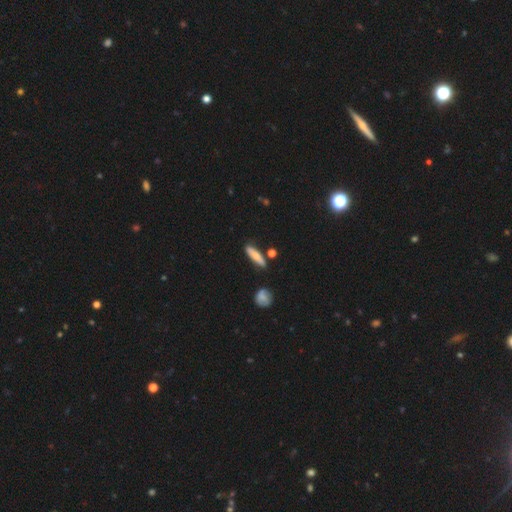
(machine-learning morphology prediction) type=smooth (72%); roundness=cigar-shaped (75%); merging=none (76%).